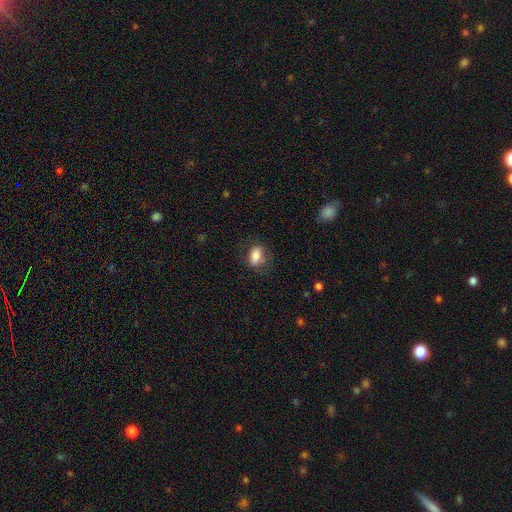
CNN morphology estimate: A smooth galaxy with no disk features (80%) that is in between round and cigar-shaped (83%).

Vote fractions:
- Smooth or featured? smooth: 80% / featured or disk: 12% / star or artifact: 8%
- How rounded? in between: 83% / round: 14% / cigar-shaped: 3%
- Merging? none: 67% / minor disturbance: 21% / major disturbance: 11% / merger: 1%